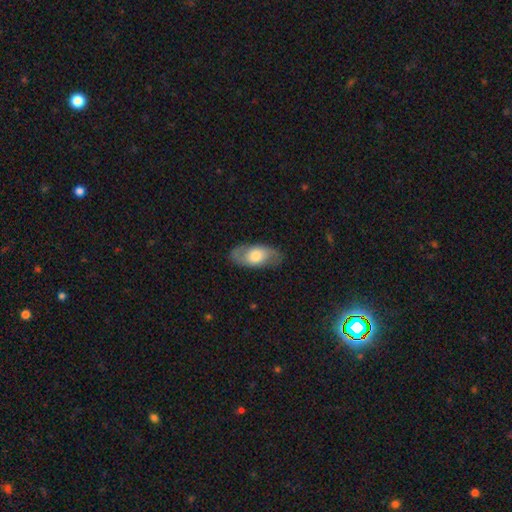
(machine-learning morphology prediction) Overall: smooth (48%; featured or disk 46%). Merging: none (79%).